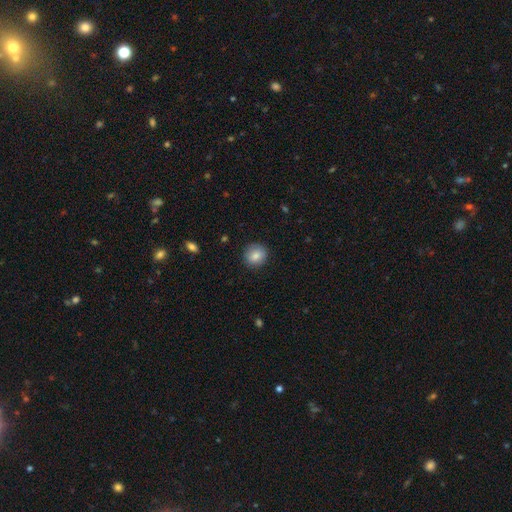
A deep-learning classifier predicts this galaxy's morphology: Smooth or featured? smooth (83%)
How rounded? round (85%)
Merging? none (88%)